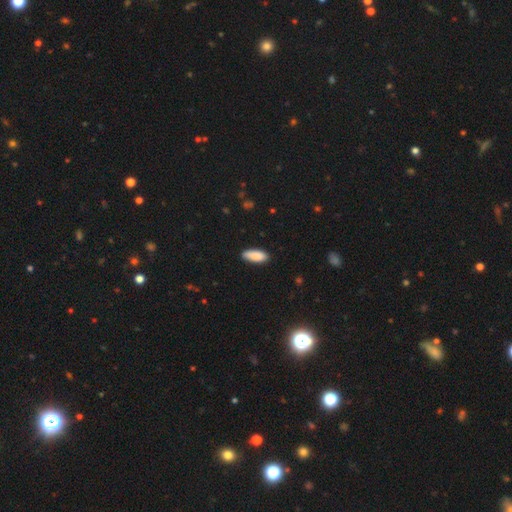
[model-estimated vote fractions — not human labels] This appears to be a smooth galaxy with no disk features (89%) that is in between round and cigar-shaped (80%). Merging: none (84%).